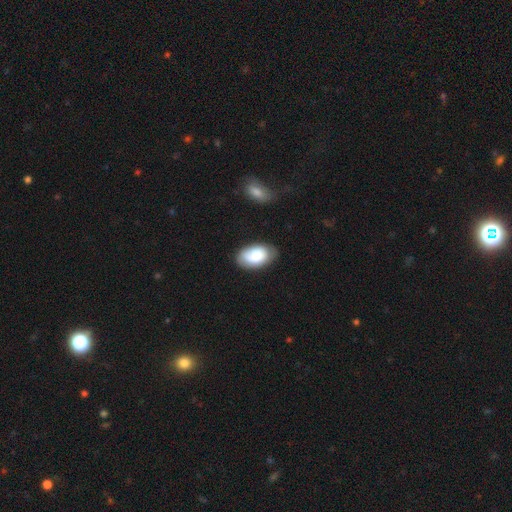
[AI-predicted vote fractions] Smooth or featured? smooth (78%)
How rounded? in between (94%)
Merging? none (73%)